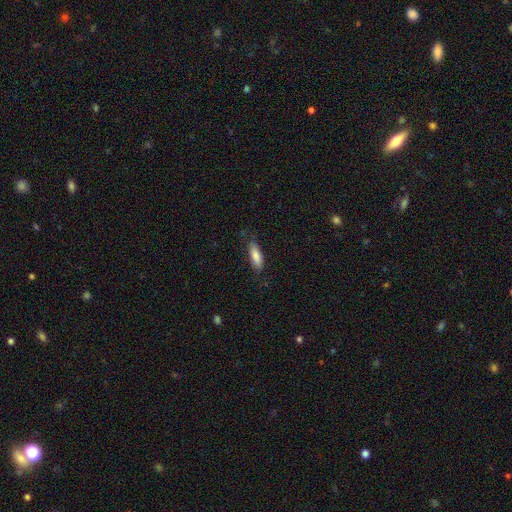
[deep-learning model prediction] Overall: smooth (82%). How rounded: in between (59%; cigar-shaped 39%). Merging: none (75%).